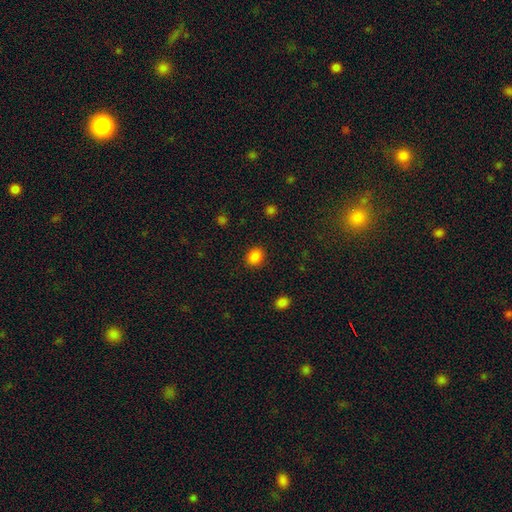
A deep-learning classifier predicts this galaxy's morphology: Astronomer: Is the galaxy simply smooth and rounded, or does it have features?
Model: smooth — 86%.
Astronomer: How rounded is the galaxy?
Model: round — 59% (runner-up: in between, 40%).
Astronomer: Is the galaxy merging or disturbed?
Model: none — 88%.